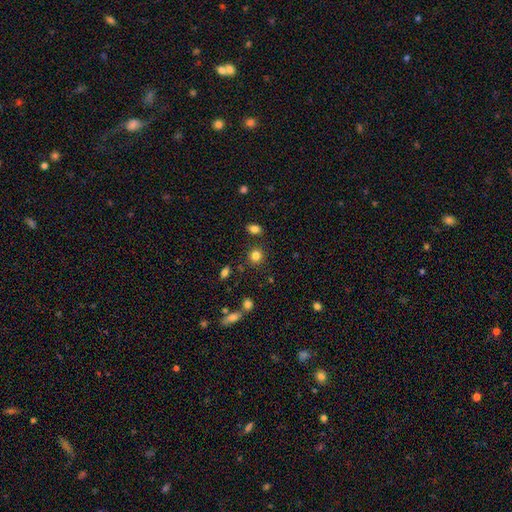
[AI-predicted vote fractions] smooth 83%, star or artifact 12%, featured or disk 5%. Down the decision tree: how rounded — round (83%); merging — none (82%).